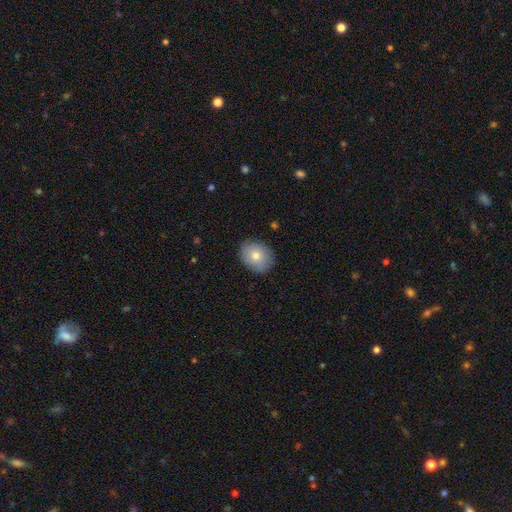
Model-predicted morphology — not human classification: smooth 77%, featured or disk 16%, star or artifact 8%. Down the decision tree: how rounded — round (52%); merging — none (86%).